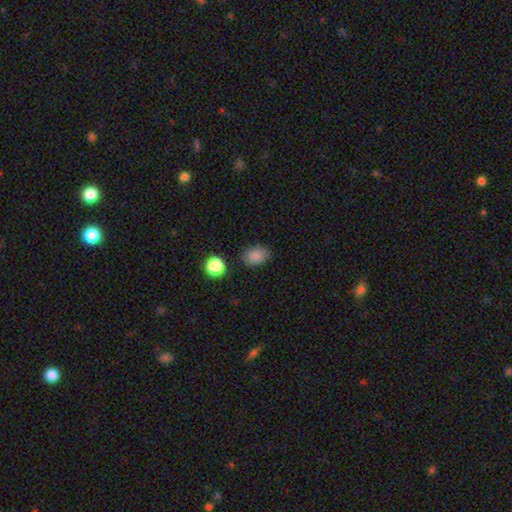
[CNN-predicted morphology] Q: Smooth or featured?
A: smooth (85%); runner-up: star or artifact (11%)
Q: How rounded?
A: in between (68%); runner-up: round (31%)
Q: Merging?
A: none (83%); runner-up: minor disturbance (12%)